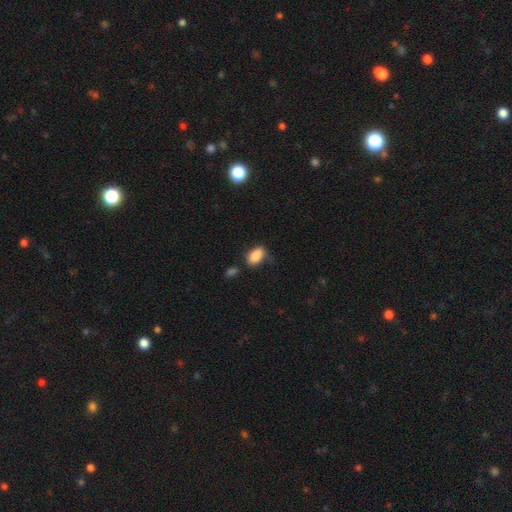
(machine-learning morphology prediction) A smooth galaxy with no disk features (86%) that is in between round and cigar-shaped (90%). Merging: none (63%).